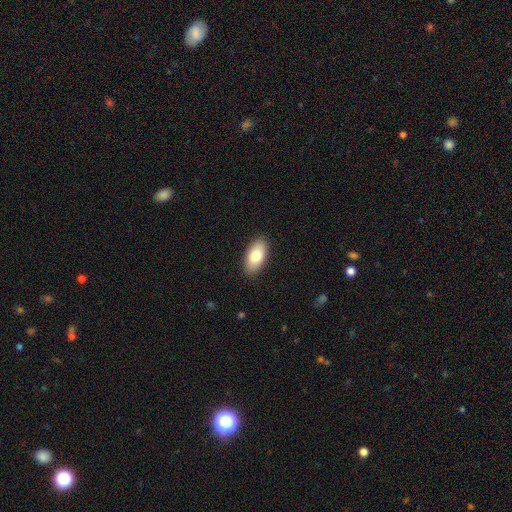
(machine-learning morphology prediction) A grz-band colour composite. It shows a smooth galaxy with no disk features (82%) that is in between round and cigar-shaped (93%). Merging: none (89%).